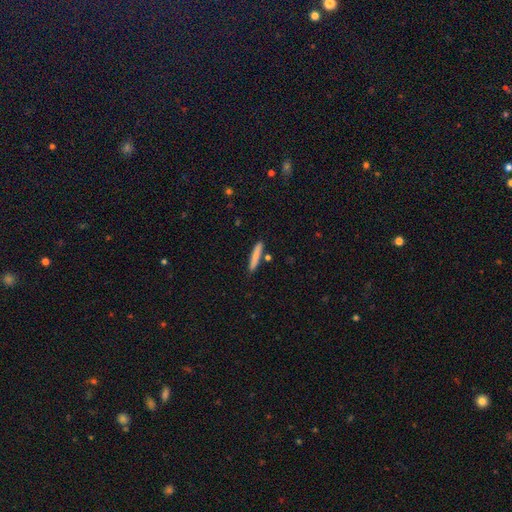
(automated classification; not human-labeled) Q: Smooth or featured?
A: smooth (81%); runner-up: featured or disk (13%)
Q: How rounded?
A: cigar-shaped (93%); runner-up: in between (6%)
Q: Merging?
A: none (84%); runner-up: minor disturbance (9%)